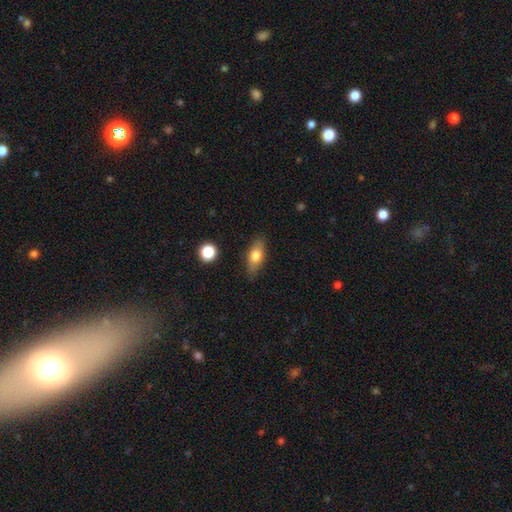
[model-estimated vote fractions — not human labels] This appears to be a smooth galaxy with no disk features (72%) that is in between round and cigar-shaped (78%). Merging: none (84%).